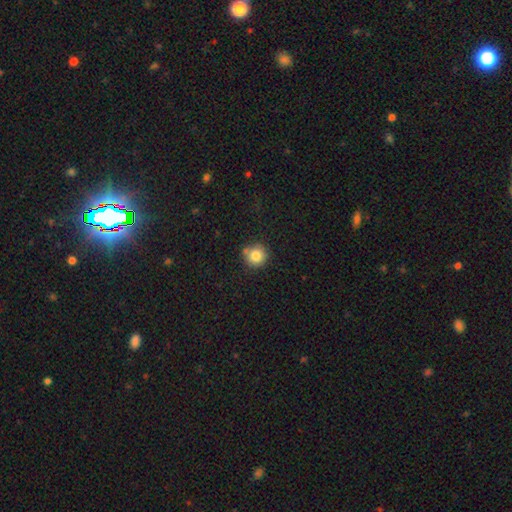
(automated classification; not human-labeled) Q: Smooth or featured?
A: smooth (82%); runner-up: star or artifact (11%)
Q: How rounded?
A: round (93%); runner-up: in between (6%)
Q: Merging?
A: none (76%); runner-up: minor disturbance (12%)